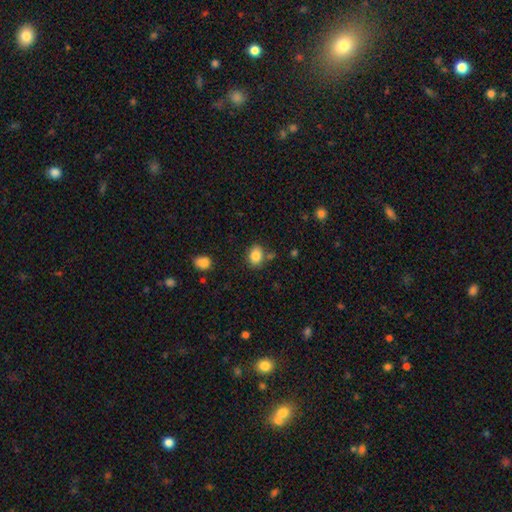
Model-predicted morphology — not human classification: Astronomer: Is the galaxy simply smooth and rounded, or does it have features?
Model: smooth — 85%.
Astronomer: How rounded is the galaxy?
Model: in between — 65%.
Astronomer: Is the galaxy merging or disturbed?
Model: none — 75%.